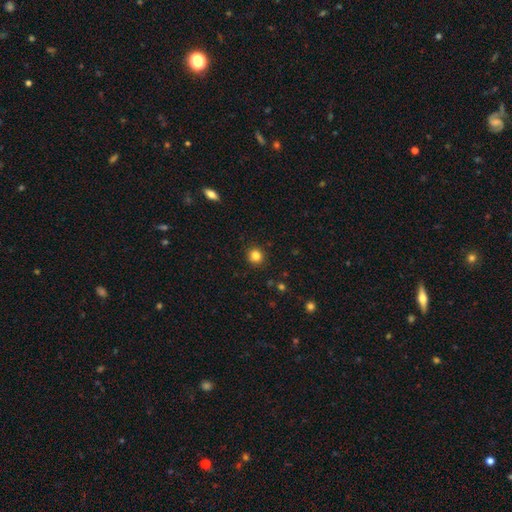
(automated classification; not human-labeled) Smooth or featured? Predicted: smooth (p=0.83). How rounded? Predicted: round (p=0.89). Merging? Predicted: none (p=0.91).